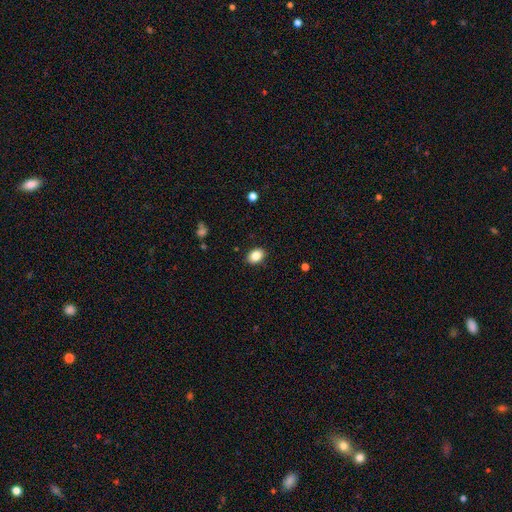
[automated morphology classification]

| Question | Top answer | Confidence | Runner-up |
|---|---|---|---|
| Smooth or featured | smooth | 86% | star or artifact (9%) |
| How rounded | in between | 74% | round (25%) |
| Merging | none | 89% | minor disturbance (8%) |